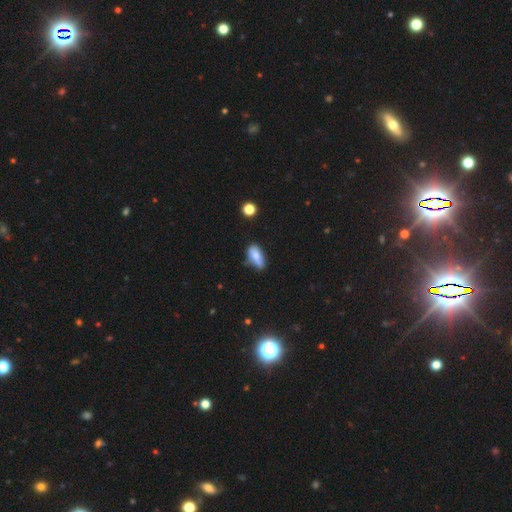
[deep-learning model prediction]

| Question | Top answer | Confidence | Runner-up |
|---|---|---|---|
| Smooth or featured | smooth | 73% | featured or disk (19%) |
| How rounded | in between | 83% | cigar-shaped (13%) |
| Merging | none | 52% | minor disturbance (33%) |